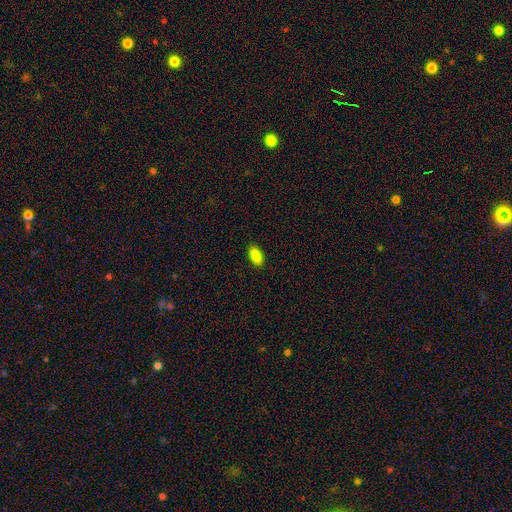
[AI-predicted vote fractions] smooth-or-featured: smooth: 88% | star or artifact: 8% | featured or disk: 4%
  how-rounded: in between: 91% | cigar-shaped: 6% | round: 3%
  merging: none: 89% | minor disturbance: 8% | major disturbance: 2% | merger: 1%